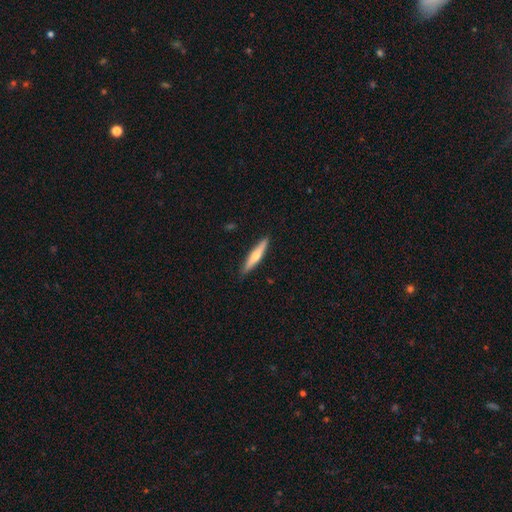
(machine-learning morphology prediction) Overall: smooth (50%; featured or disk 45%). Merging: none (90%).